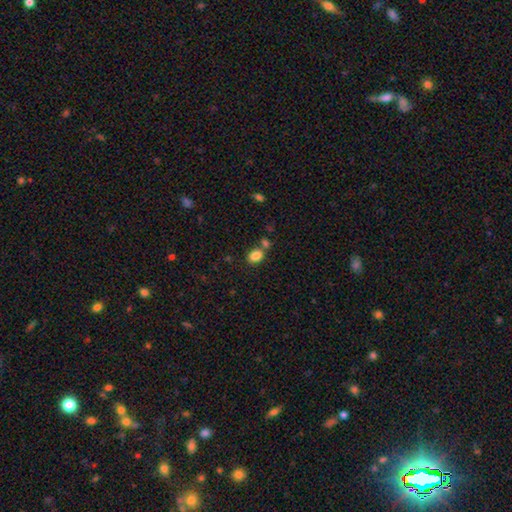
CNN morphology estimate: Smooth or featured: smooth — 85% (star or artifact — 10%)
How rounded: in between — 69% (round — 30%)
Merging: none — 64% (merger — 22%)